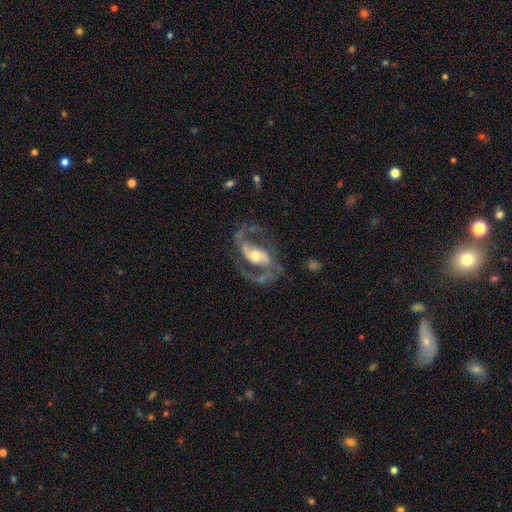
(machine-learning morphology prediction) Smooth or featured? Predicted: featured or disk (p=0.91). Edge-on disk? Predicted: no (p=0.97). Bar? Predicted: weak (p=0.38). Spiral arms? Predicted: yes (p=0.96). Spiral winding? Predicted: medium (p=0.56). Spiral arm count? Predicted: 2 (p=0.93). Bulge size? Predicted: moderate (p=0.67). Merging? Predicted: none (p=0.69).